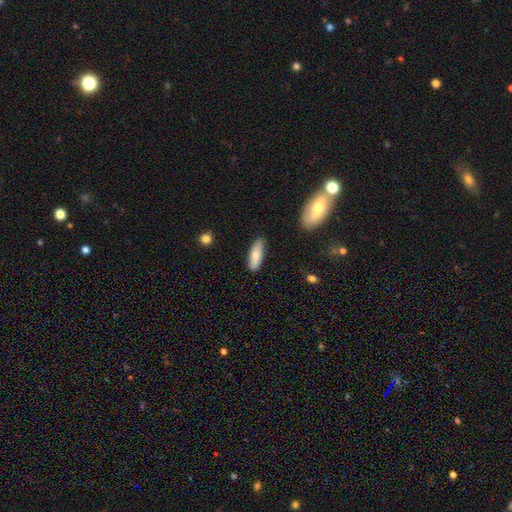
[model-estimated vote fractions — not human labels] Smooth or featured? smooth (77%)
How rounded? in between (60%)
Merging? none (84%)